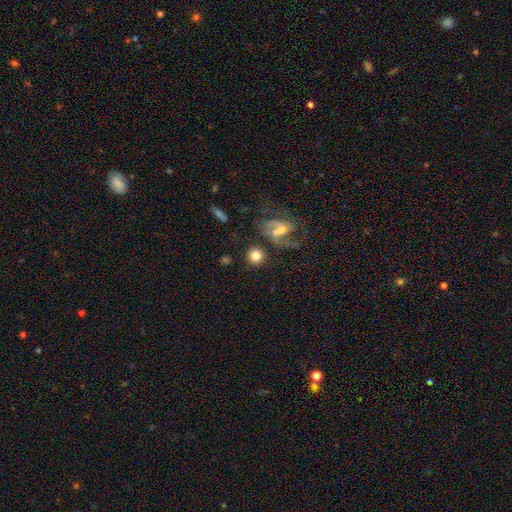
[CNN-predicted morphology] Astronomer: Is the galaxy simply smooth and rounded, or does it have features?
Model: smooth — 77%.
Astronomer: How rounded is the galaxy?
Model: round — 91%.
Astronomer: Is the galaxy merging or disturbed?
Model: none — 73%.